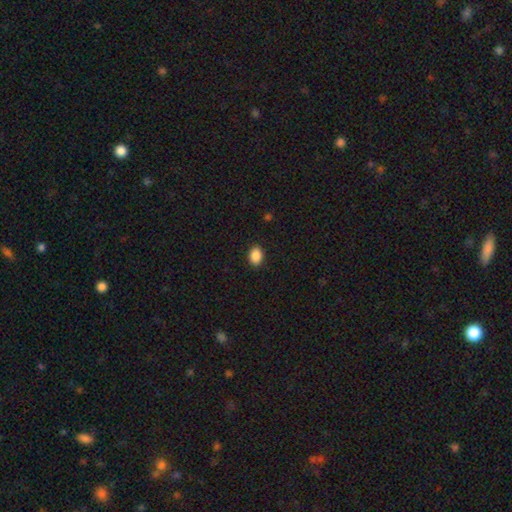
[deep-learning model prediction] Q: Smooth or featured?
A: smooth (89%); runner-up: star or artifact (8%)
Q: How rounded?
A: in between (74%); runner-up: round (25%)
Q: Merging?
A: none (90%); runner-up: minor disturbance (8%)